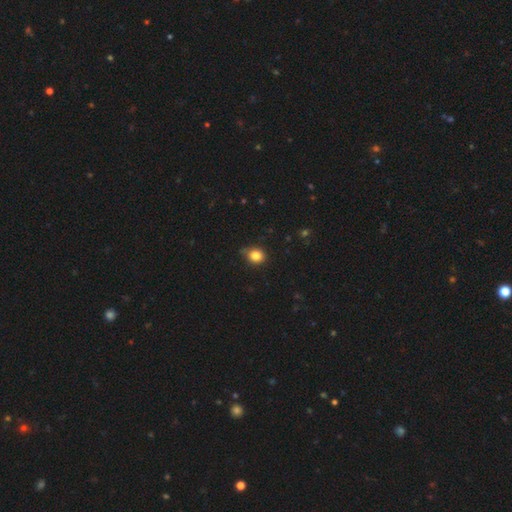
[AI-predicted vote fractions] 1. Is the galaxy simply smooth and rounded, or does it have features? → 83% smooth, 11% star or artifact, 5% featured or disk.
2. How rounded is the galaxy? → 72% round, 27% in between, 1% cigar-shaped.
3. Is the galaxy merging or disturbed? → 75% none, 20% minor disturbance, 3% major disturbance, 2% merger.